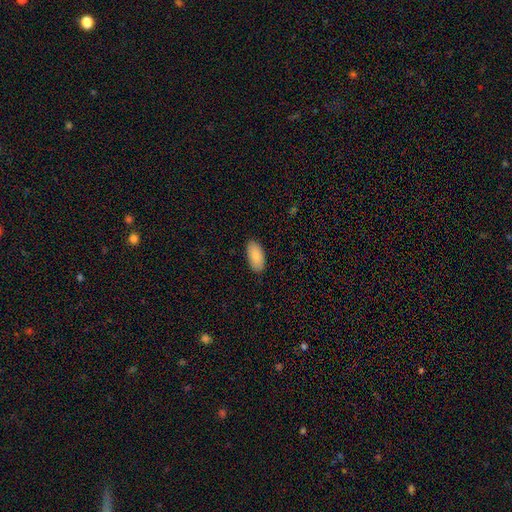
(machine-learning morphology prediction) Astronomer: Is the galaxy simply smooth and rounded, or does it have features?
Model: smooth — 89%.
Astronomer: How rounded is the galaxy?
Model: in between — 94%.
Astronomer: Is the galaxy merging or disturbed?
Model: none — 89%.